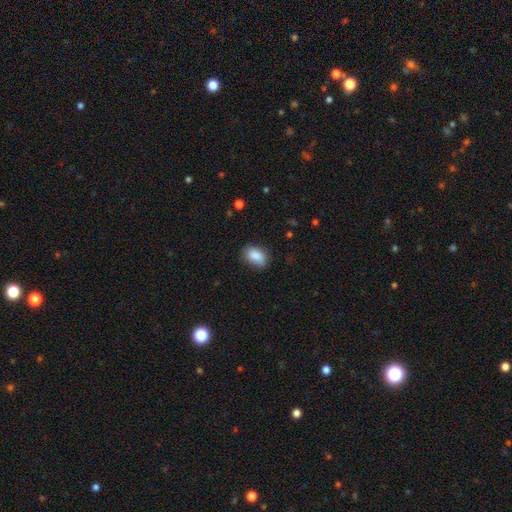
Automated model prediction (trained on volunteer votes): Q: Smooth or featured?
A: smooth (87%); runner-up: star or artifact (8%)
Q: How rounded?
A: in between (86%); runner-up: round (12%)
Q: Merging?
A: none (76%); runner-up: minor disturbance (19%)